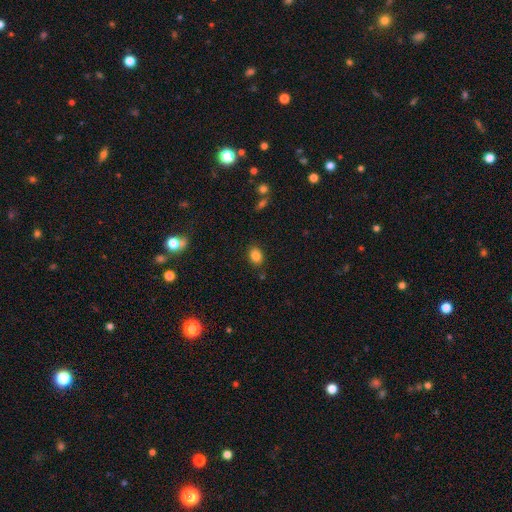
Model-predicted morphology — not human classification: Smooth or featured? Predicted: smooth (p=0.84). How rounded? Predicted: in between (p=0.66). Merging? Predicted: none (p=0.85).